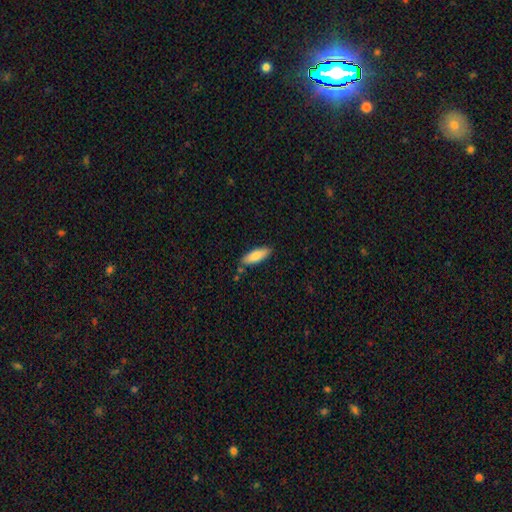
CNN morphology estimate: Smooth or featured? Predicted: smooth (p=0.84). How rounded? Predicted: in between (p=0.57). Merging? Predicted: none (p=0.82).